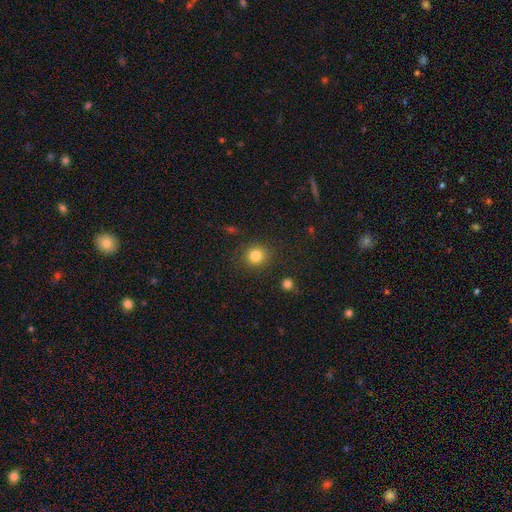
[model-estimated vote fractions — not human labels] Overall: smooth (83%). How rounded: round (87%). Merging: none (88%).